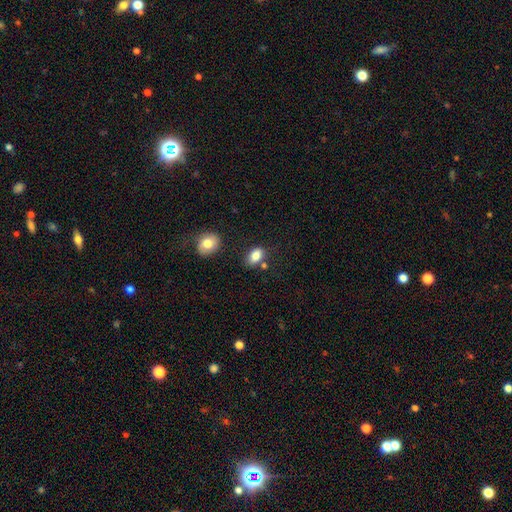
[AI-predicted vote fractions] Smooth or featured?
  - smooth: 84% *
  - star or artifact: 8%
  - featured or disk: 8%
How rounded?
  - in between: 85% *
  - round: 13%
  - cigar-shaped: 2%
Merging?
  - none: 72% *
  - minor disturbance: 16%
  - merger: 8%
  - major disturbance: 4%